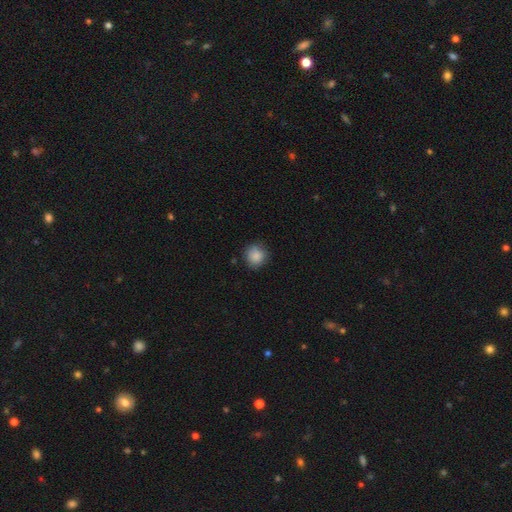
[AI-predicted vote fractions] Morphology: type=smooth (88%); roundness=round (88%); merging=none (81%).